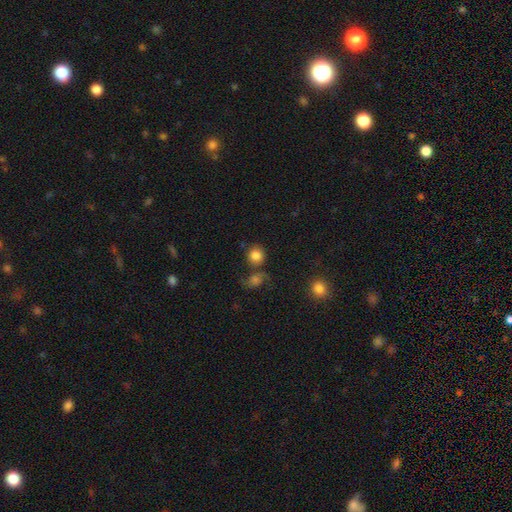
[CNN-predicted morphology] The model was most divided on "merging": none: 67%, merger: 16%, minor disturbance: 12%, major disturbance: 5%. More confident: how rounded — round (87%); smooth or featured — smooth (83%).